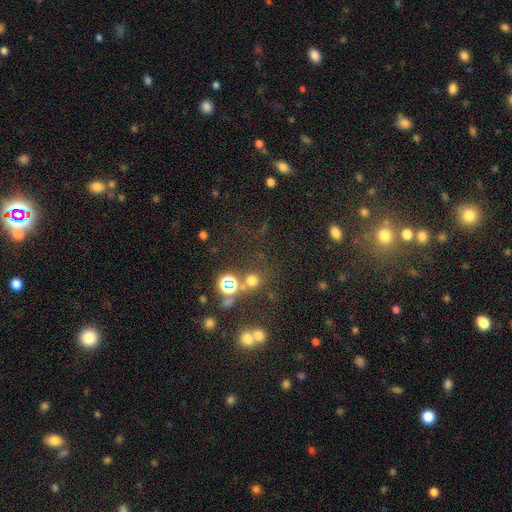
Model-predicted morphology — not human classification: type=star or artifact (50%).